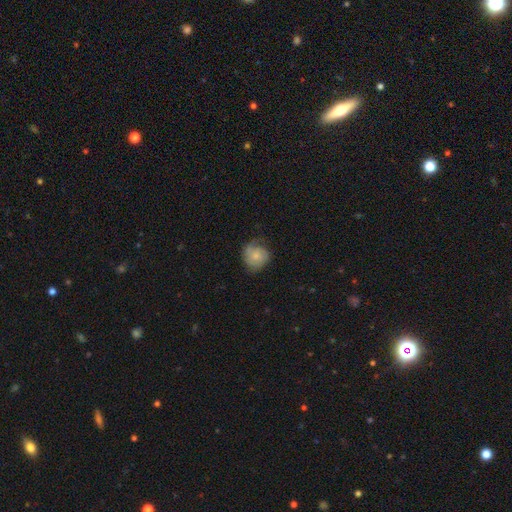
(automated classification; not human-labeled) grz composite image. It shows a smooth galaxy with no disk features (56%) that is round (79%). Merging: none (56%).